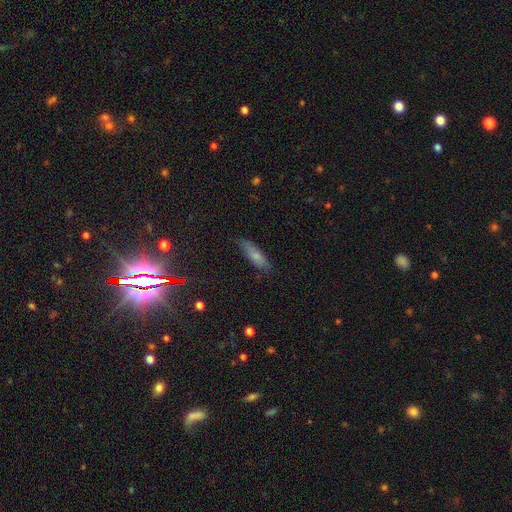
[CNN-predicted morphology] Overall: smooth (71%). How rounded: in between (51%; cigar-shaped 47%). Merging: none (77%).